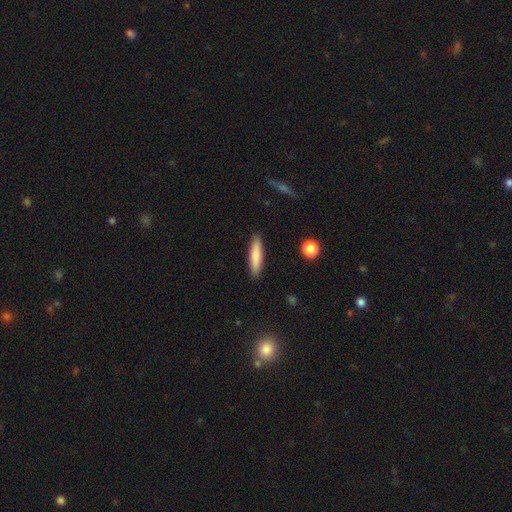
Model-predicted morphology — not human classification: Overall: smooth (80%). How rounded: cigar-shaped (82%). Merging: none (90%).